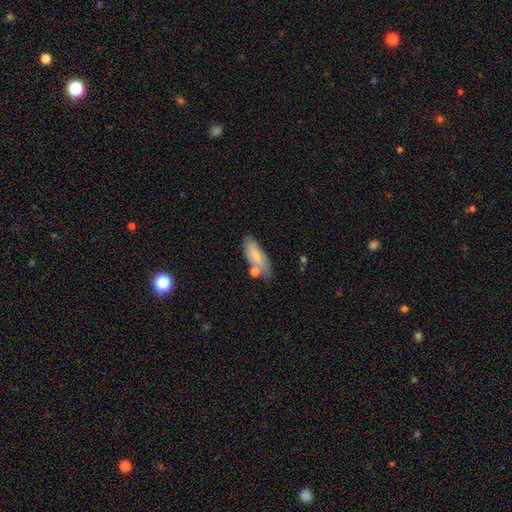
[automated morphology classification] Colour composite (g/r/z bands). It shows a smooth galaxy with no disk features (74%) that is in between round and cigar-shaped (73%). Merging: none (59%).